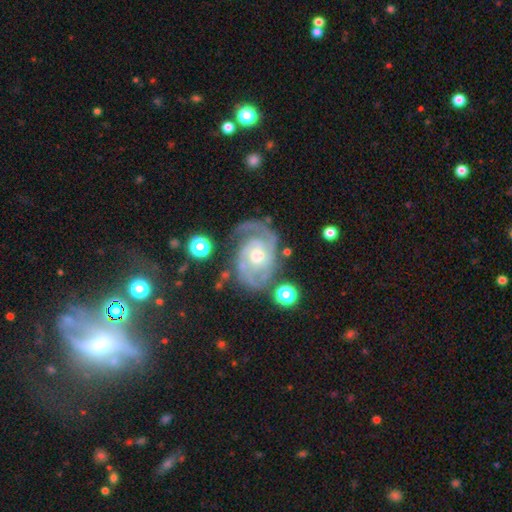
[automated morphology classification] Overall: featured or disk (90%). Edge-on disk: no (97%). Bar: no (68%). Spiral arms: yes (97%). Spiral arm count: 2 (53%; 3 19%). Spiral winding: tight (62%; medium 32%). Bulge size: moderate (72%). Merging: none (68%).